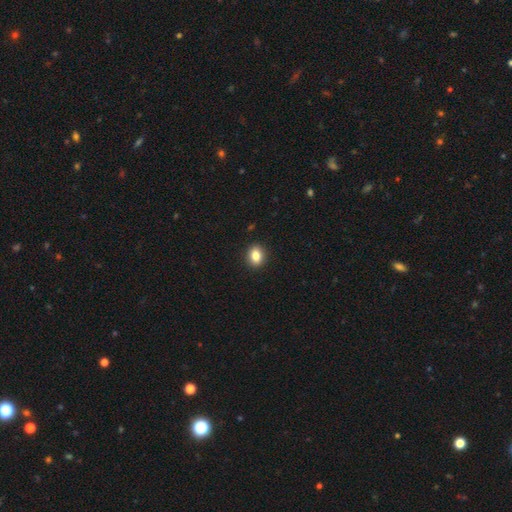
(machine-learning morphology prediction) Overall: smooth (84%). How rounded: in between (57%; round 41%). Merging: none (91%).